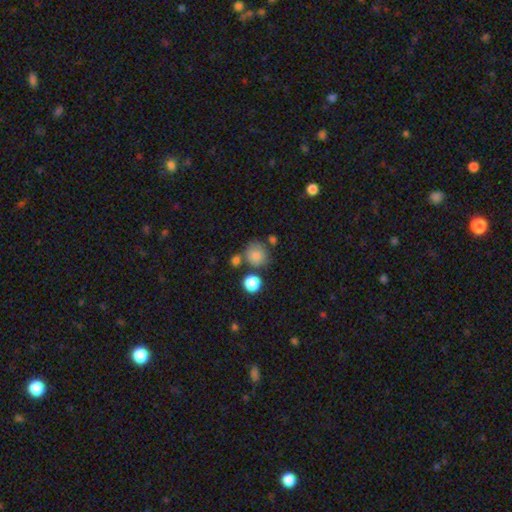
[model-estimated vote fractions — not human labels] This is clearly a smooth galaxy (81%). How rounded: clearly round (82%). Merging: likely none (62%).